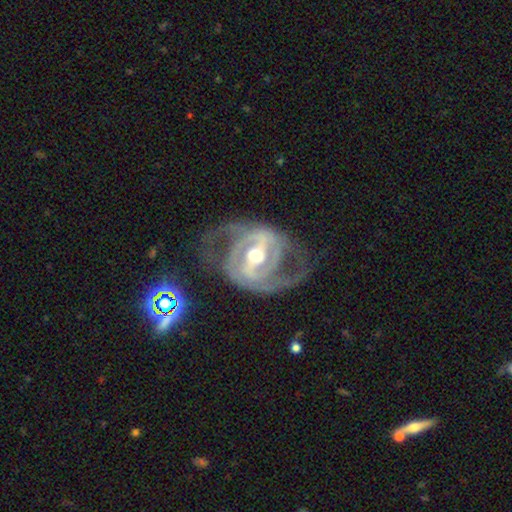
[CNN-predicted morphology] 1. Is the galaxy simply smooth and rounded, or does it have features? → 91% featured or disk, 4% smooth, 4% star or artifact.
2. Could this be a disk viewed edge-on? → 96% no, 4% yes.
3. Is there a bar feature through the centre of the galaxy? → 59% strong, 30% weak, 11% no.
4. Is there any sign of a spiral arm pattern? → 95% yes, 5% no.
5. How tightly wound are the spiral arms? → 48% medium, 38% tight, 14% loose.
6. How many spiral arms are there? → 80% 2, 8% 3, 6% can't tell, 2% 1, 2% 4, 2% more than 4.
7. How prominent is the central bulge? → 74% moderate, 13% small, 11% large, 1% dominant, 1% none.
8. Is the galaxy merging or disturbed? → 65% none, 17% minor disturbance, 16% major disturbance, 2% merger.